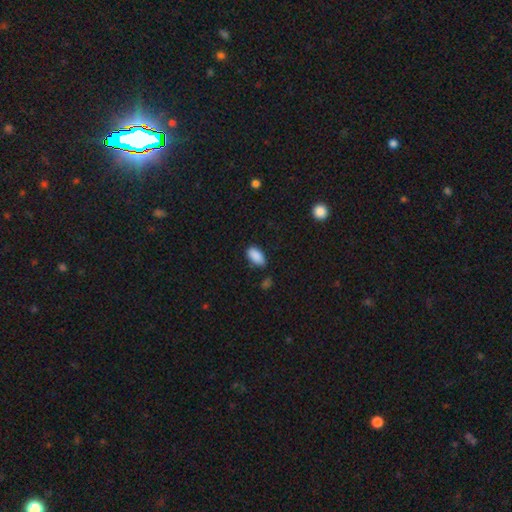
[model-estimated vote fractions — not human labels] smooth_or_featured: smooth (p=0.89) [alt: star or artifact p=0.08]
how_rounded: in between (p=0.93) [alt: cigar-shaped p=0.04]
merging: none (p=0.72) [alt: minor disturbance p=0.21]